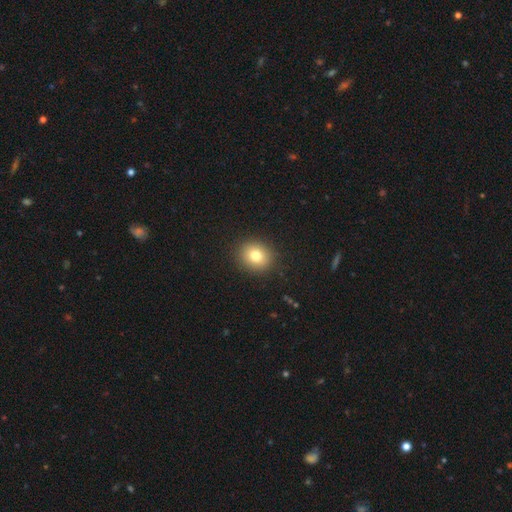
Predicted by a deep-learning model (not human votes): Q: Smooth or featured?
A: smooth (79%); runner-up: star or artifact (11%)
Q: How rounded?
A: round (76%); runner-up: in between (23%)
Q: Merging?
A: none (90%); runner-up: minor disturbance (6%)